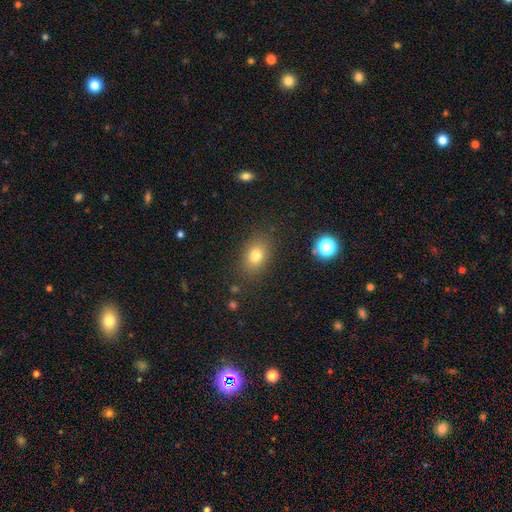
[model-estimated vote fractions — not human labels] A smooth galaxy with no disk features (78%) that is in between round and cigar-shaped (74%).

Vote fractions:
- Smooth or featured? smooth: 78% / star or artifact: 12% / featured or disk: 10%
- How rounded? in between: 74% / round: 25% / cigar-shaped: 2%
- Merging? none: 83% / minor disturbance: 11% / major disturbance: 4% / merger: 2%